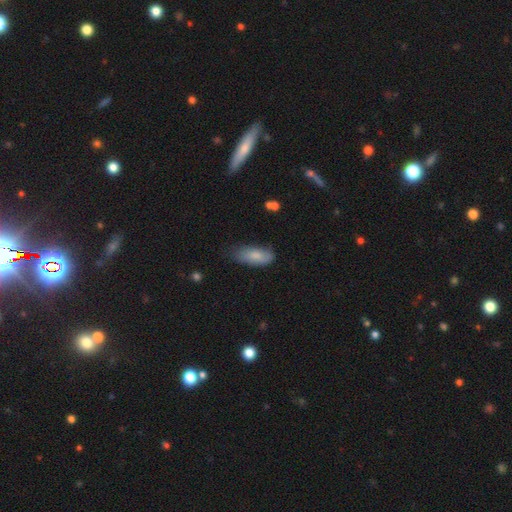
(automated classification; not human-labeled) Overall: smooth (81%). How rounded: in between (84%). Merging: none (60%; minor disturbance 32%).